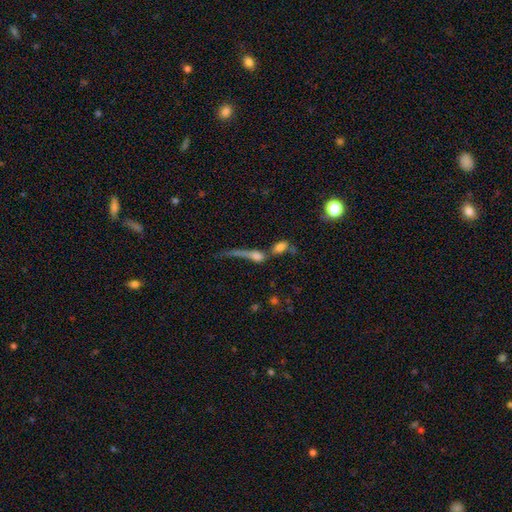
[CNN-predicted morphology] smooth 52%, featured or disk 31%, star or artifact 17%. Down the decision tree: how rounded — in between (43%); merging — merger (52%).